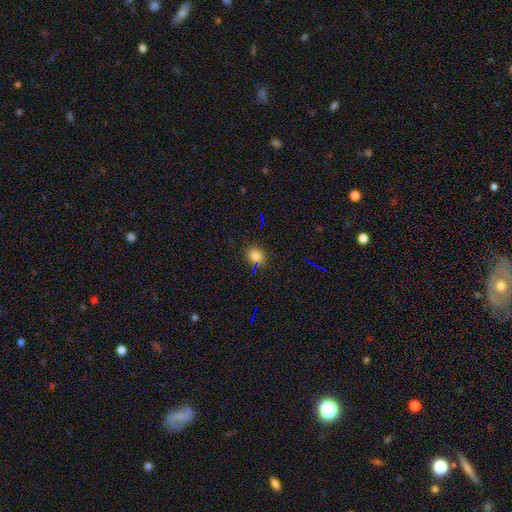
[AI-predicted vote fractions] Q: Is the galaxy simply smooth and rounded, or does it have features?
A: smooth — 74%.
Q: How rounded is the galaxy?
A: round — 63%.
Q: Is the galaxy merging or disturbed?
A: none — 84%.